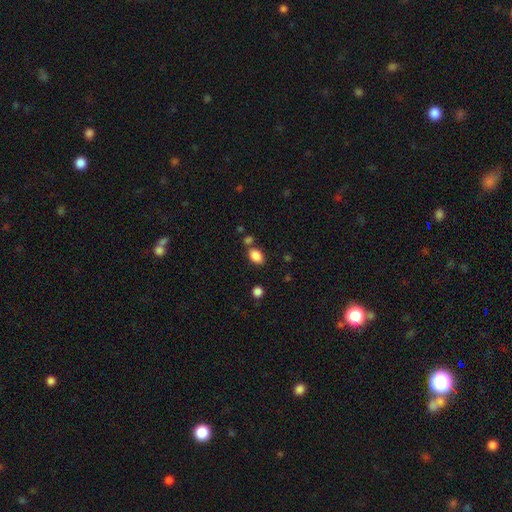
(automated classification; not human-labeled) A smooth galaxy with no disk features (86%) that is in between round and cigar-shaped (84%). Merging: none (69%).